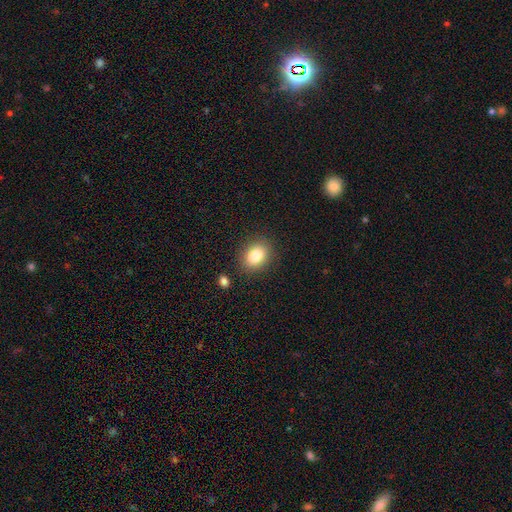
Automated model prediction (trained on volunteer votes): This appears to be a smooth galaxy with no disk features (84%) that is in between round and cigar-shaped (58%). Merging: none (86%).